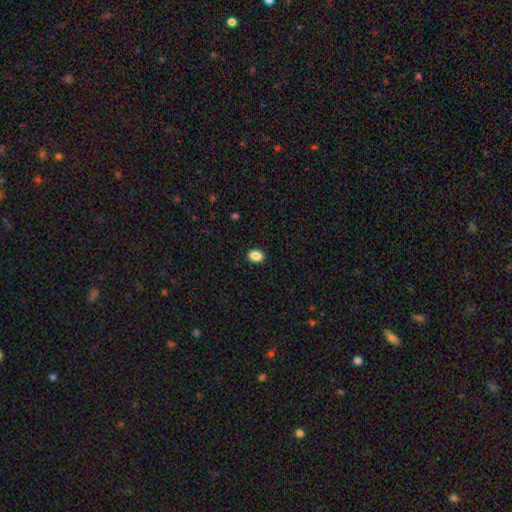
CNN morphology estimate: A smooth galaxy with no disk features (88%) that is in between round and cigar-shaped (74%).

Vote fractions:
- Smooth or featured? smooth: 88% / star or artifact: 9% / featured or disk: 3%
- How rounded? in between: 74% / round: 25% / cigar-shaped: 1%
- Merging? none: 91% / minor disturbance: 7% / major disturbance: 2% / merger: 1%